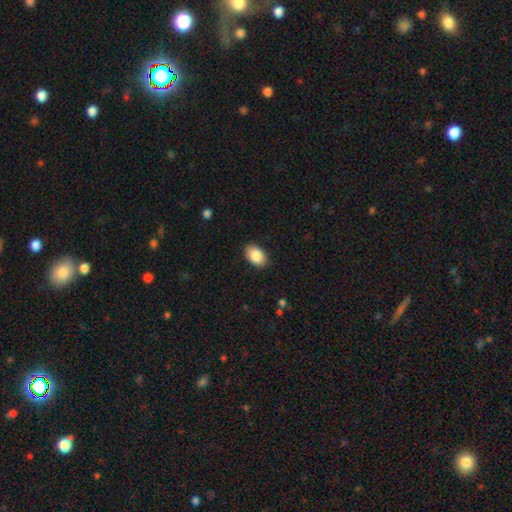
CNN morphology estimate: smooth 88%, star or artifact 7%, featured or disk 6%. Down the decision tree: how rounded — in between (89%); merging — none (87%).